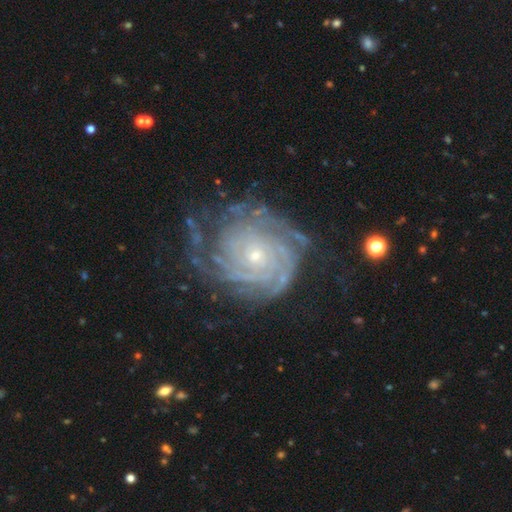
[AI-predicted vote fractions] featured or disk 89%, star or artifact 6%, smooth 5%. Down the decision tree: edge-on disk — no (97%); bar — no (79%); spiral arms — yes (97%); spiral arm count — can't tell (27%); spiral winding — tight (80%); bulge size — small (77%); merging — none (65%).